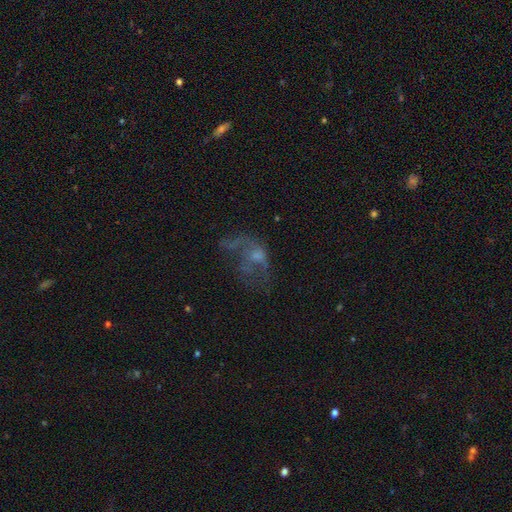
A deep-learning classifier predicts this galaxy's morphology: featured or disk 49%, smooth 33%, star or artifact 18%. Down the decision tree: merging — major disturbance (52%).